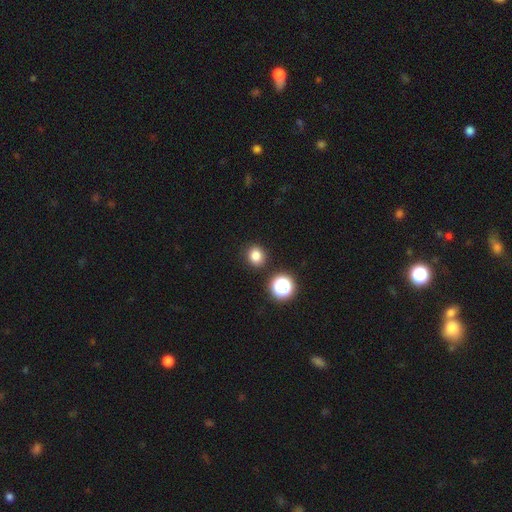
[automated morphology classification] Q: Smooth or featured?
A: smooth (81%); runner-up: star or artifact (14%)
Q: How rounded?
A: round (79%); runner-up: in between (20%)
Q: Merging?
A: none (89%); runner-up: minor disturbance (6%)